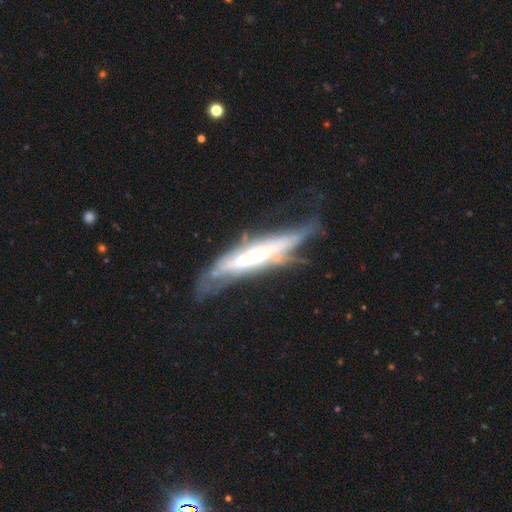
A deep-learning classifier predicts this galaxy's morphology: Smooth or featured?
  - featured or disk: 71% *
  - smooth: 22%
  - star or artifact: 7%
Edge-on disk?
  - yes: 62% *
  - no: 38%
Merging?
  - none: 43% *
  - minor disturbance: 27%
  - major disturbance: 25%
  - merger: 5%